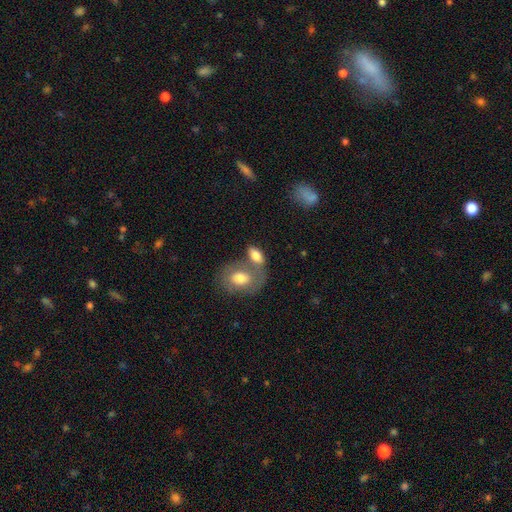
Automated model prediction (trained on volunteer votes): The model was most divided on "merging": merger: 45%, none: 37%, minor disturbance: 12%, major disturbance: 6%. More confident: how rounded — in between (87%); smooth or featured — smooth (74%).